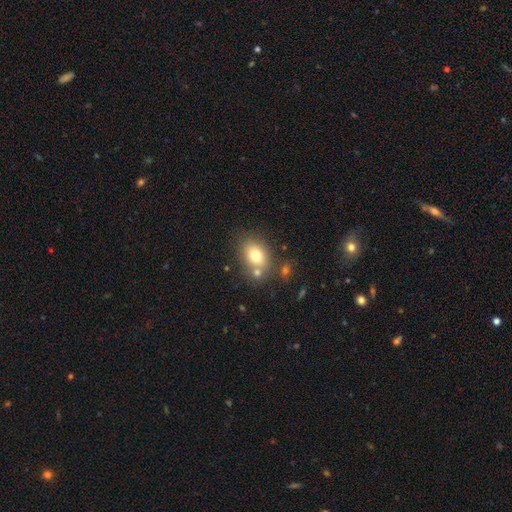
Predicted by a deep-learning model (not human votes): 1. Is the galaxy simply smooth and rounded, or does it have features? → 73% smooth, 16% featured or disk, 11% star or artifact.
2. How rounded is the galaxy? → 66% in between, 33% round, 1% cigar-shaped.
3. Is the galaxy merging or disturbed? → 60% none, 21% merger, 14% minor disturbance, 5% major disturbance.